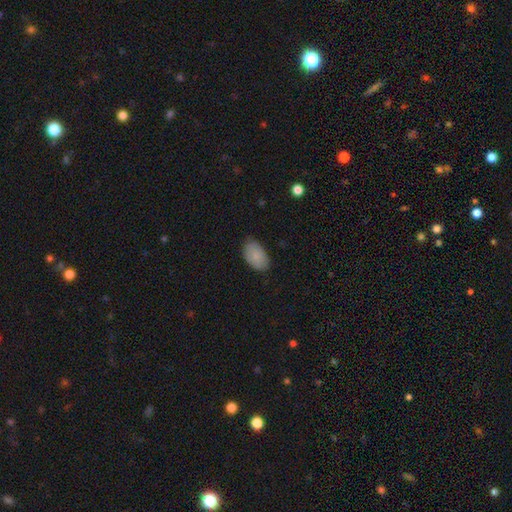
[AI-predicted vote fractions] This is clearly a smooth galaxy (84%). How rounded: clearly in between (93%). Merging: clearly none (80%).